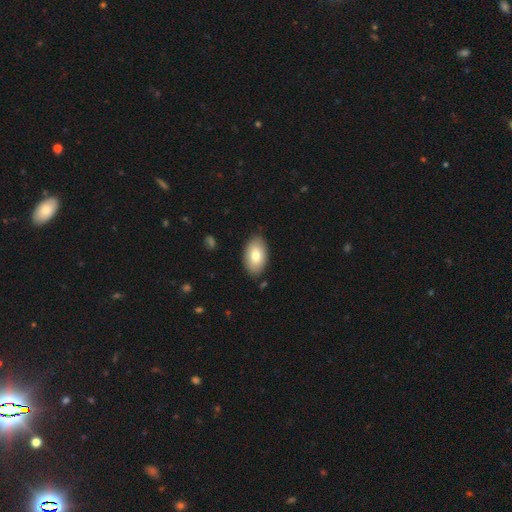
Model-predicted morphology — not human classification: A smooth galaxy with no disk features (78%) that is in between round and cigar-shaped (95%).

Vote fractions:
- Smooth or featured? smooth: 78% / featured or disk: 16% / star or artifact: 6%
- How rounded? in between: 95% / round: 4% / cigar-shaped: 1%
- Merging? none: 85% / minor disturbance: 11% / major disturbance: 2% / merger: 2%